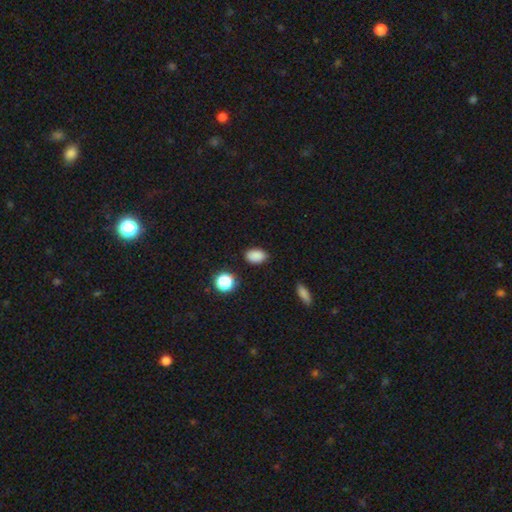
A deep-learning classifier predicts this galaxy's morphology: The model was most divided on "how rounded": in between: 82%, round: 16%, cigar-shaped: 1%. More confident: merging — none (86%); smooth or featured — smooth (86%).